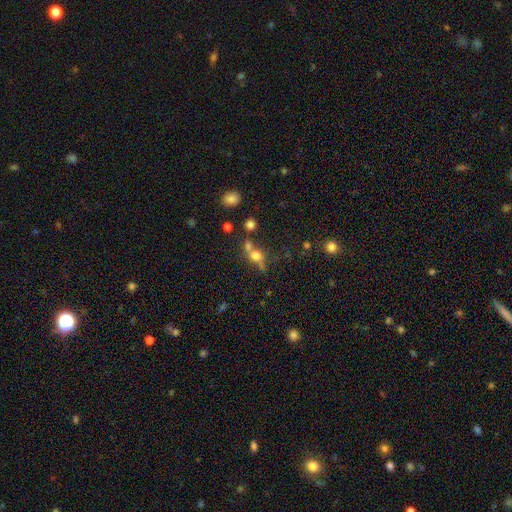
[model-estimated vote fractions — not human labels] Morphology: type=smooth (64%); roundness=round (68%); merging=none (42%).